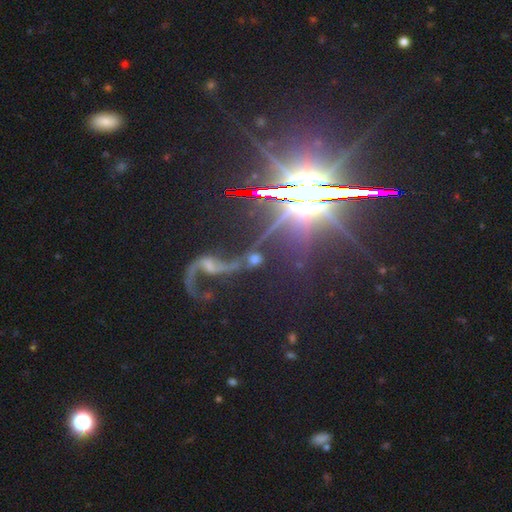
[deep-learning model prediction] Q: Smooth or featured?
A: featured or disk (56%); runner-up: star or artifact (37%)
Q: Edge-on disk?
A: no (76%); runner-up: yes (24%)
Q: Merging?
A: none (57%); runner-up: major disturbance (20%)